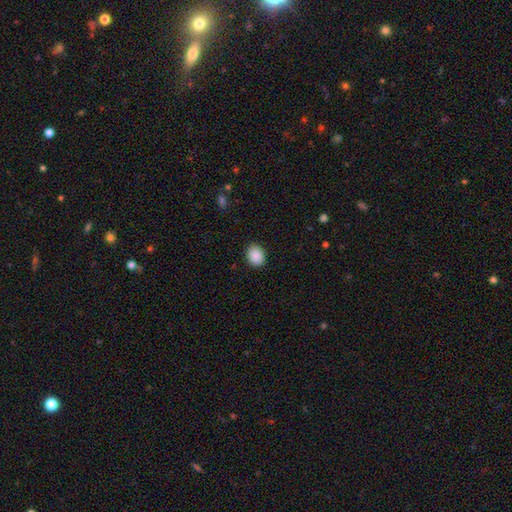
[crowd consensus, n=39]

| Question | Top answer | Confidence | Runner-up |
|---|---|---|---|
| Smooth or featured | smooth | 92% | star or artifact (8%) |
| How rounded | round | 58% | in between (42%) |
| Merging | none | 92% | minor disturbance (6%) |